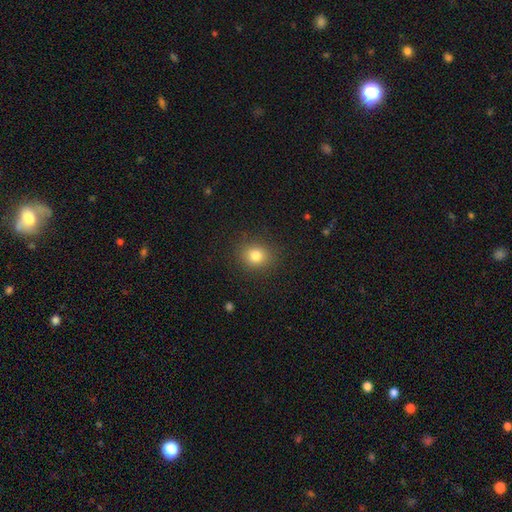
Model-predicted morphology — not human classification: Smooth or featured? smooth (81%)
How rounded? round (74%)
Merging? none (87%)